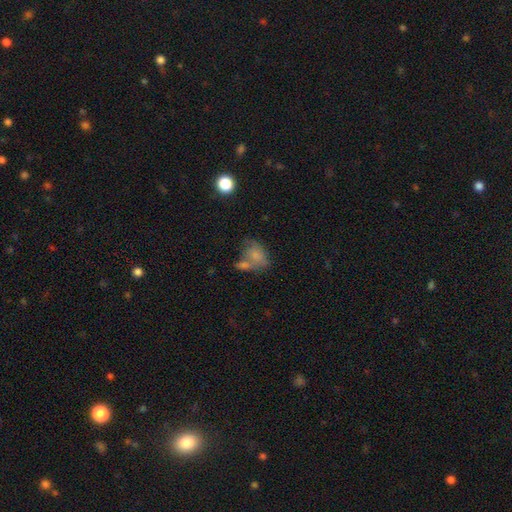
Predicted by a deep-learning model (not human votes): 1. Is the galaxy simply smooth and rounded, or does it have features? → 72% smooth, 19% featured or disk, 9% star or artifact.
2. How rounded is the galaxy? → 72% in between, 26% round, 2% cigar-shaped.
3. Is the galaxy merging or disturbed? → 44% merger, 27% none, 17% minor disturbance, 12% major disturbance.